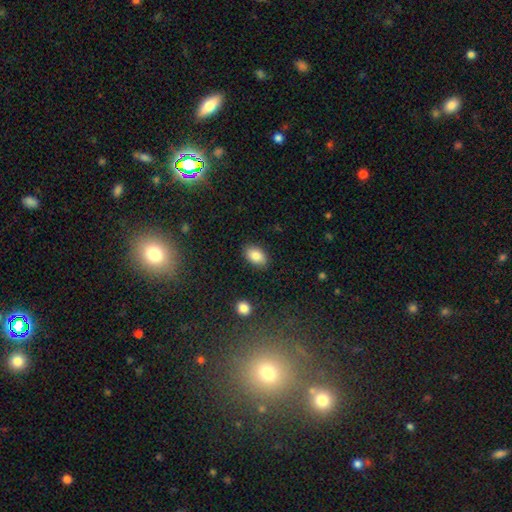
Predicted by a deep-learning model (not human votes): Morphology: type=smooth (84%); roundness=in between (89%); merging=none (87%).